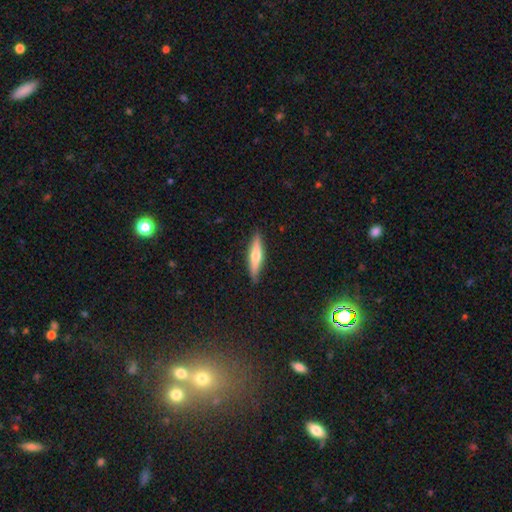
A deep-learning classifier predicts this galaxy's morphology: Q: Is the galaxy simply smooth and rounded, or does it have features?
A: smooth — 50%.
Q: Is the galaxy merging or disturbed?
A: none — 89%.